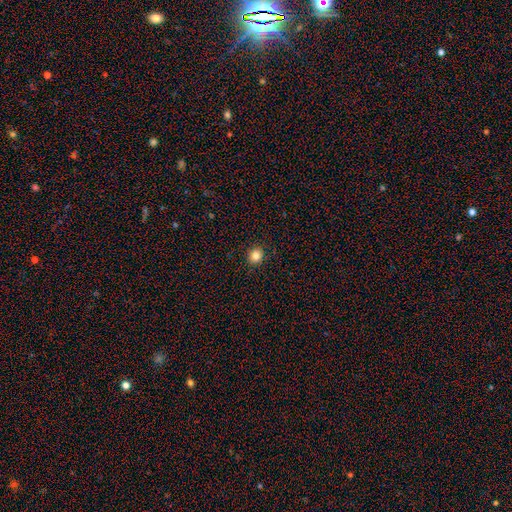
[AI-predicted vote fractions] Smooth or featured? smooth (83%)
How rounded? round (87%)
Merging? none (92%)